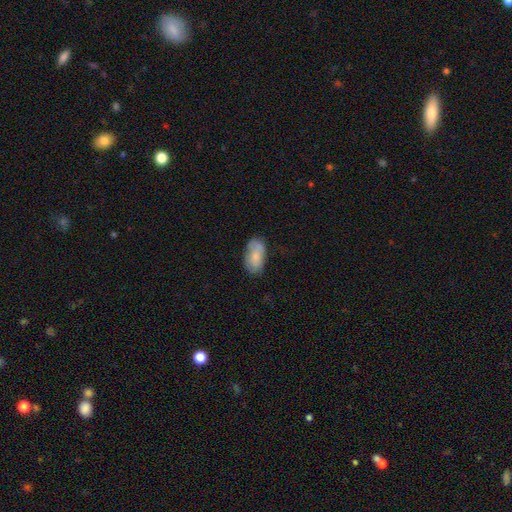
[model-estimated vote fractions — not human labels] Overall: smooth (72%). How rounded: in between (93%). Merging: none (58%; minor disturbance 27%).